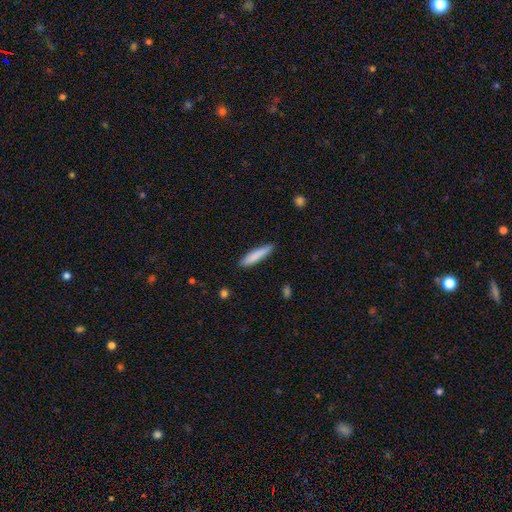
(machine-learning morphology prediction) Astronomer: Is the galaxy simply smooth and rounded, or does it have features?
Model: smooth — 84%.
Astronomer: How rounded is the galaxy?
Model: cigar-shaped — 86%.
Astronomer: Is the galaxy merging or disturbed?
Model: none — 86%.